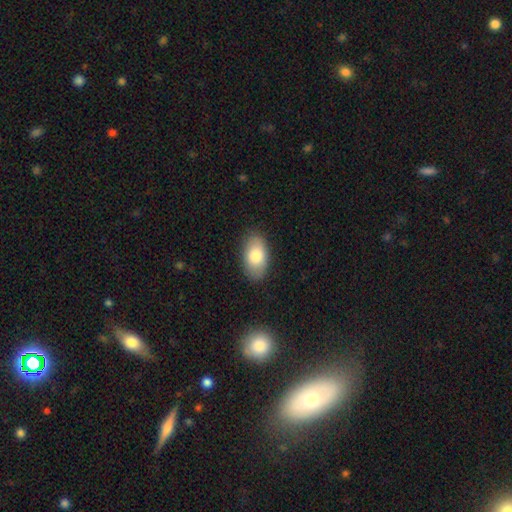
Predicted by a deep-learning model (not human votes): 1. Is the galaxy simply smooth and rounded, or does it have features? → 80% smooth, 13% featured or disk, 6% star or artifact.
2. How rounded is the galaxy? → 94% in between, 4% round, 2% cigar-shaped.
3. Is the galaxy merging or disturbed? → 85% none, 11% minor disturbance, 3% major disturbance, 1% merger.